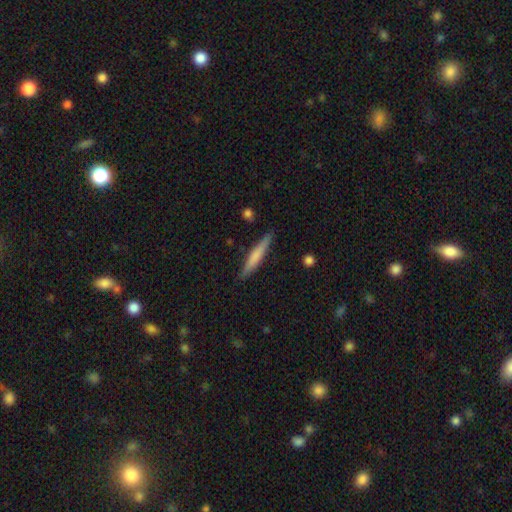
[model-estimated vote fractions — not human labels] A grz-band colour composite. It shows a smooth galaxy with no disk features (63%) that is cigar-shaped (92%). Merging: none (87%).